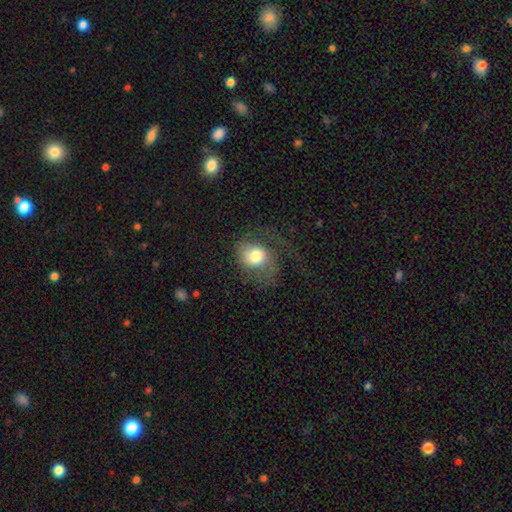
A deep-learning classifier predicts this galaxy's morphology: Smooth or featured? smooth (61%)
How rounded? round (61%)
Merging? major disturbance (42%)